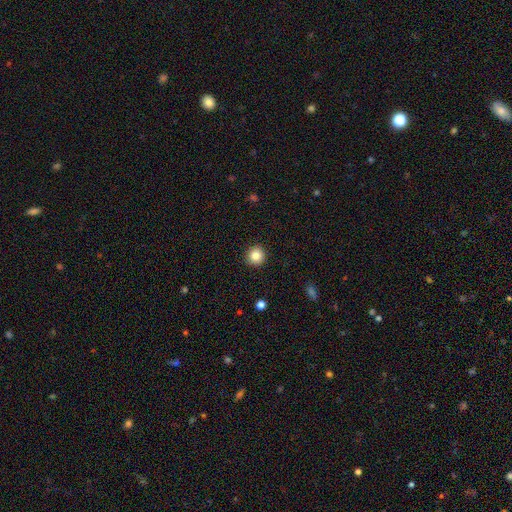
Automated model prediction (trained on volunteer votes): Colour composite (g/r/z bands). It shows a smooth galaxy with no disk features (84%) that is round (94%). Merging: none (92%).